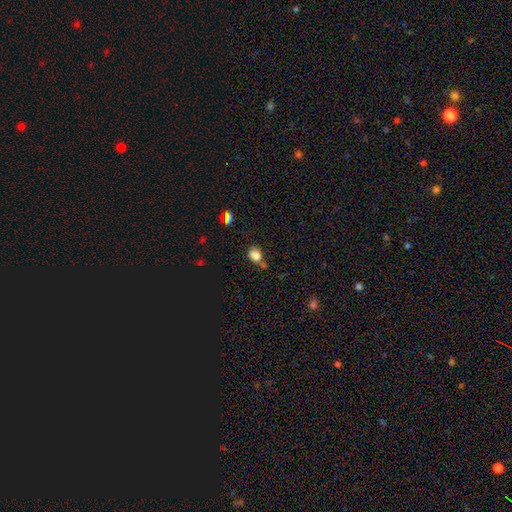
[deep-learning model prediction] This is clearly a smooth galaxy (80%). How rounded: possibly in between (59%). Merging: possibly none (57%).